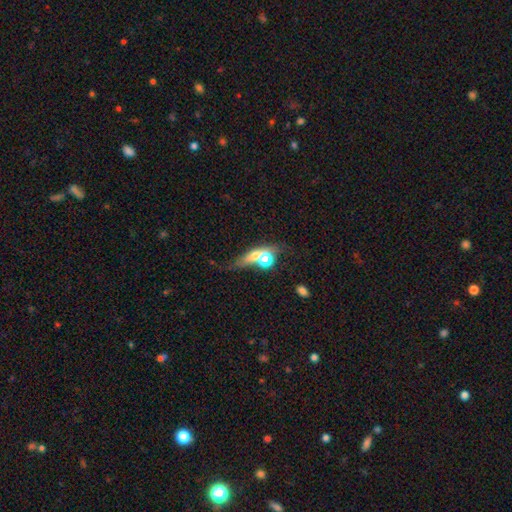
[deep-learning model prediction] smooth_or_featured: smooth (p=0.54) [alt: featured or disk p=0.30]
how_rounded: in between (p=0.37) [alt: round p=0.36]
merging: merger (p=0.39) [alt: none p=0.36]